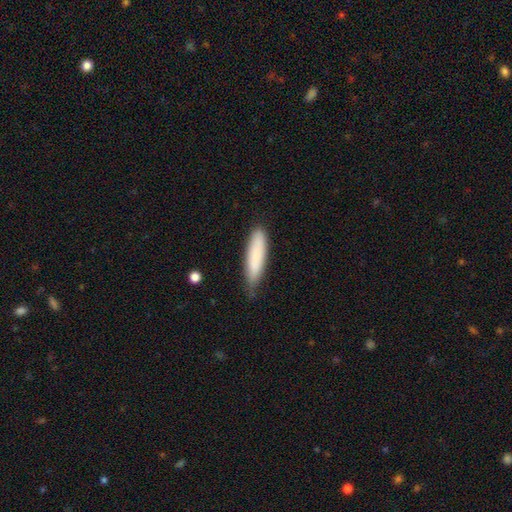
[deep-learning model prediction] Smooth or featured? Predicted: smooth (p=0.83). How rounded? Predicted: cigar-shaped (p=0.75). Merging? Predicted: none (p=0.73).